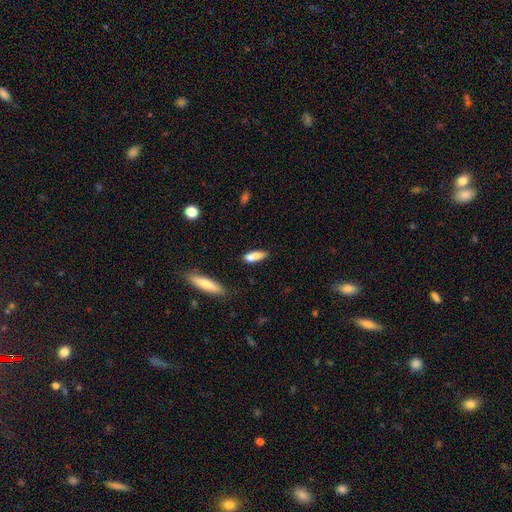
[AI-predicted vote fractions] Morphology: type=smooth (73%); roundness=cigar-shaped (49%); merging=none (47%).